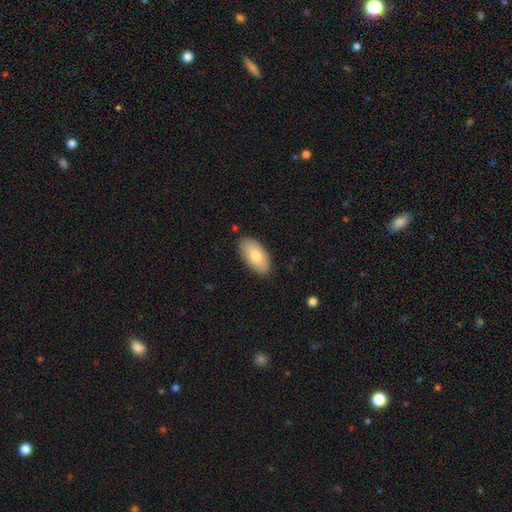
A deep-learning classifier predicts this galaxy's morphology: This is likely a smooth galaxy (77%). How rounded: clearly in between (94%). Merging: clearly none (87%).